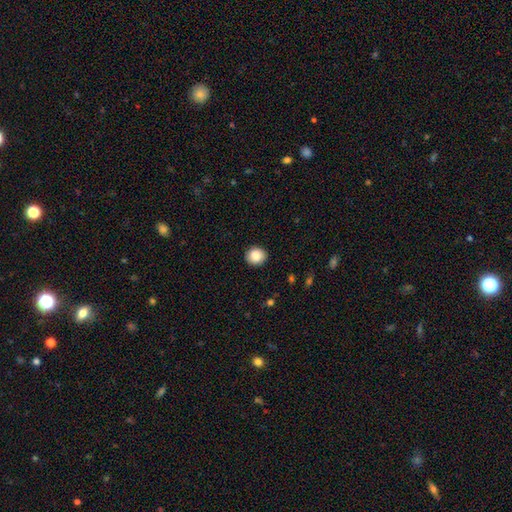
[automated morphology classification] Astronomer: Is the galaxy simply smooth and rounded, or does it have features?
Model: smooth — 87%.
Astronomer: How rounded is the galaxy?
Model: round — 84%.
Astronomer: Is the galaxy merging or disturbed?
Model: none — 91%.